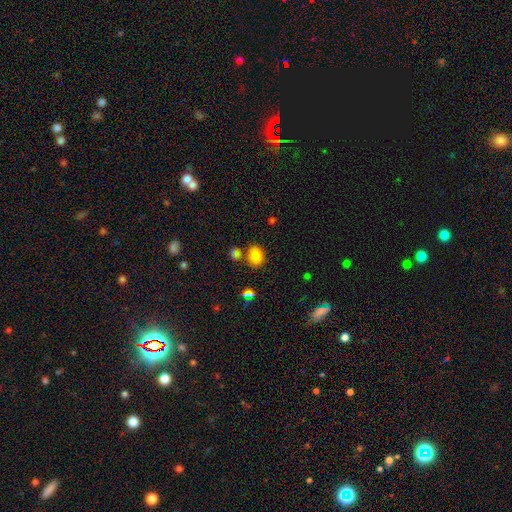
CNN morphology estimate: Smooth or featured?
  - smooth: 78% *
  - star or artifact: 14%
  - featured or disk: 7%
How rounded?
  - in between: 51% *
  - round: 48%
  - cigar-shaped: 1%
Merging?
  - none: 73% *
  - merger: 13%
  - minor disturbance: 11%
  - major disturbance: 4%